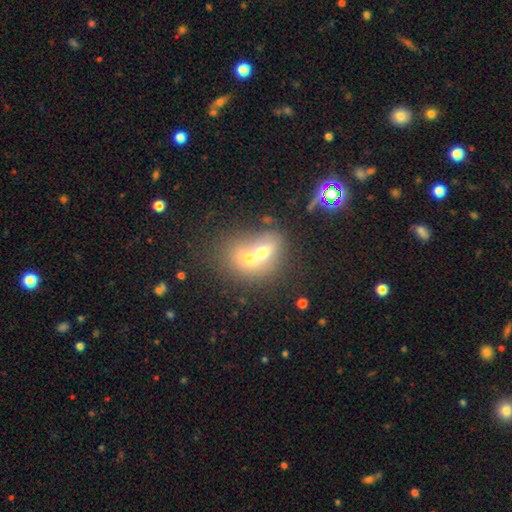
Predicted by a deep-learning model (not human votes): This is possibly a smooth galaxy (56%). How rounded: possibly in between (52%). Merging: likely merger (71%).